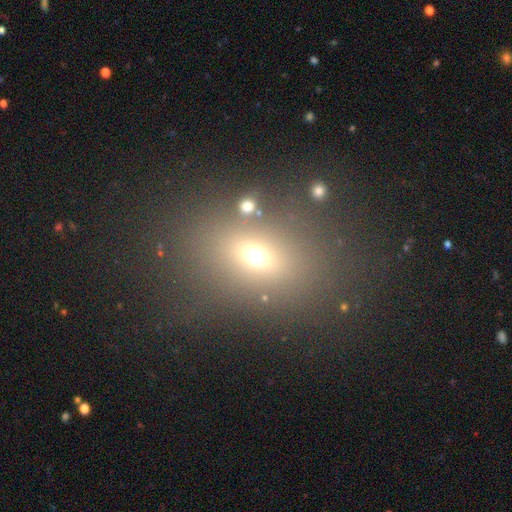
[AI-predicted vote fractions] Morphology: type=smooth (64%); roundness=in between (63%); merging=none (74%).